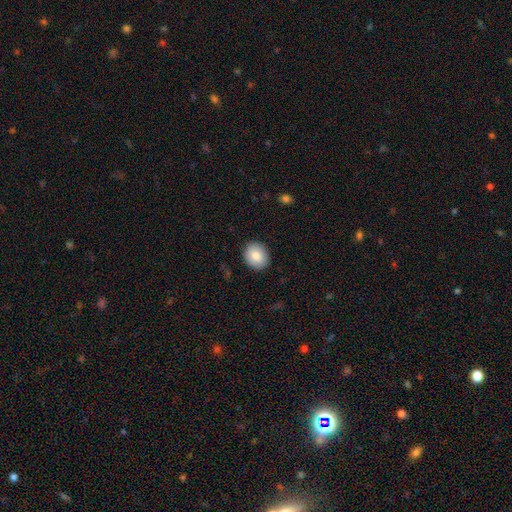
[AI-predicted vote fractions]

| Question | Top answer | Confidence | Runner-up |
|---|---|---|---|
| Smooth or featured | smooth | 86% | featured or disk (7%) |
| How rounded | round | 64% | in between (35%) |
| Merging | none | 90% | minor disturbance (7%) |